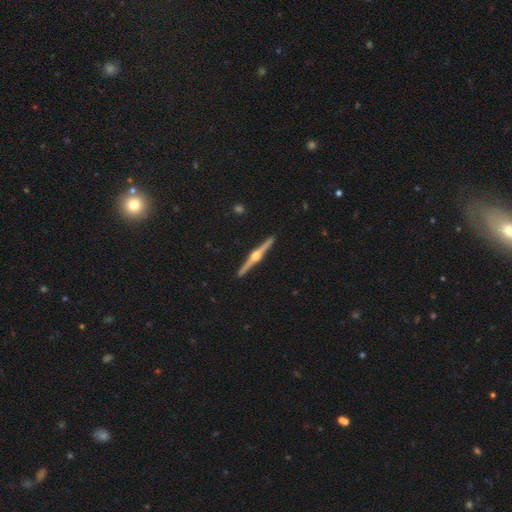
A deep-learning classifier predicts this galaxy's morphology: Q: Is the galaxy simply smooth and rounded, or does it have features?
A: featured or disk — 87%.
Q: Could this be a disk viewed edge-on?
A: yes — 99%.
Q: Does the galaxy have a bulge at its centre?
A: rounded — 95%.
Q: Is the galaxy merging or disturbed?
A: none — 93%.